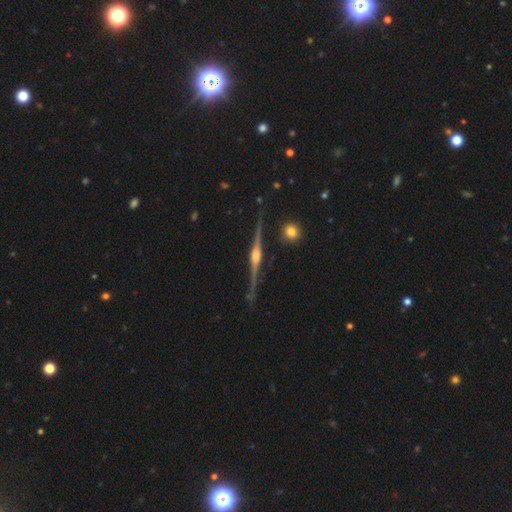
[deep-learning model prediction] Overall: featured or disk (90%). Edge-on disk: yes (98%). Edge-on bulge: rounded (88%). Merging: none (86%).